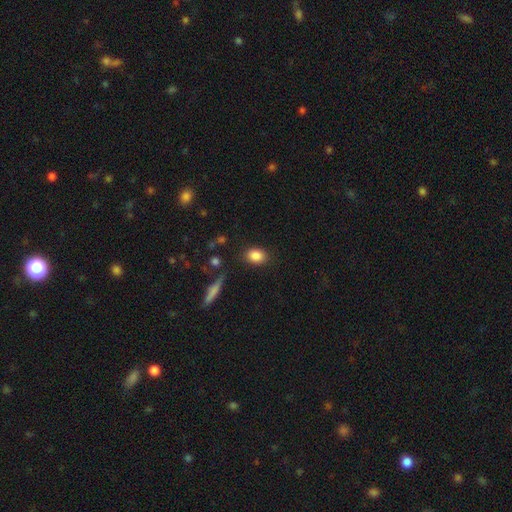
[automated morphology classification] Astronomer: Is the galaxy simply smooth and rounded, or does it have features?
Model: smooth — 86%.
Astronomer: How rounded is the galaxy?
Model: in between — 69%.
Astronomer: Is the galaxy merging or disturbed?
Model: none — 85%.